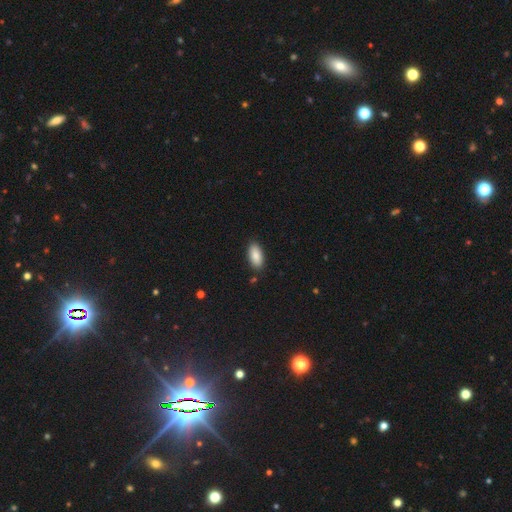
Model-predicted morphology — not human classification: Smooth or featured: smooth — 87% (star or artifact — 6%)
How rounded: in between — 91% (cigar-shaped — 7%)
Merging: none — 87% (minor disturbance — 9%)